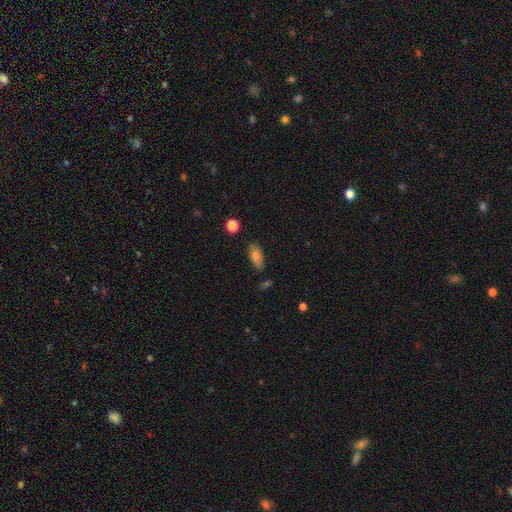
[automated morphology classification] smooth-or-featured: smooth: 76% | featured or disk: 16% | star or artifact: 9%
  how-rounded: in between: 85% | cigar-shaped: 11% | round: 4%
  merging: none: 79% | minor disturbance: 15% | major disturbance: 3% | merger: 3%